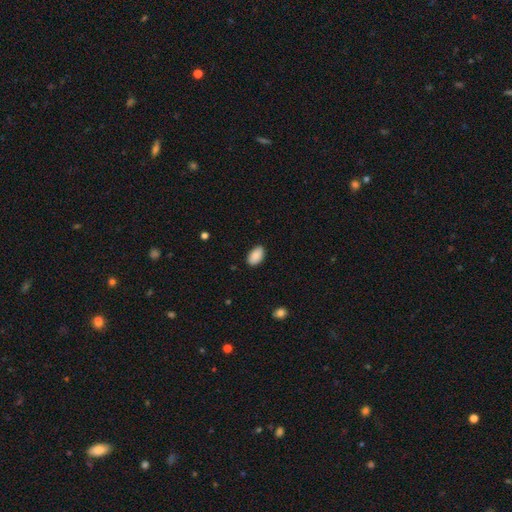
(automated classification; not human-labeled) smooth-or-featured: smooth: 88% | star or artifact: 7% | featured or disk: 5%
  how-rounded: in between: 94% | round: 4% | cigar-shaped: 1%
  merging: none: 85% | minor disturbance: 12% | major disturbance: 2% | merger: 1%